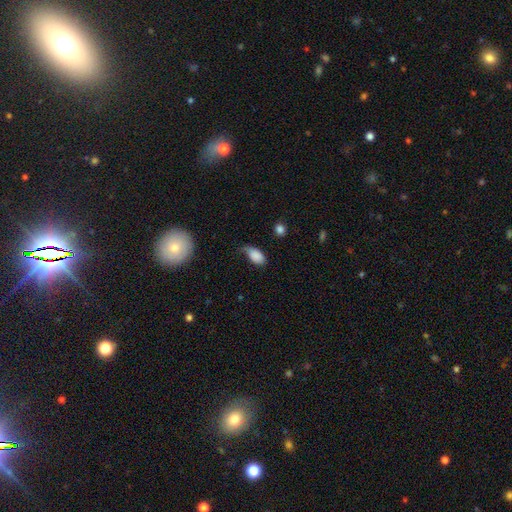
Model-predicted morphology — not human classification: smooth_or_featured: smooth (p=0.81) [alt: featured or disk p=0.12]
how_rounded: in between (p=0.92) [alt: round p=0.06]
merging: minor disturbance (p=0.39) [alt: none p=0.35]